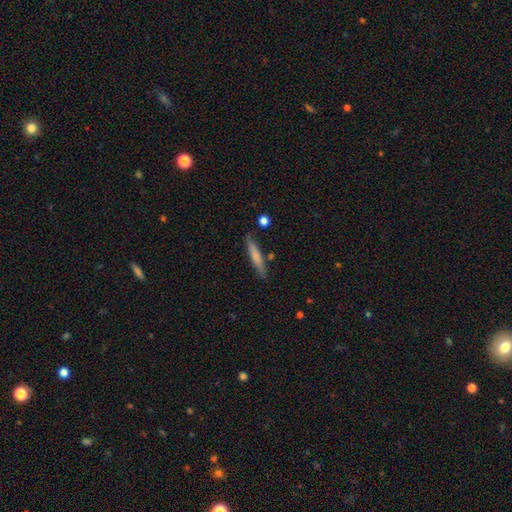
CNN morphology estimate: smooth 70%, featured or disk 24%, star or artifact 6%. Down the decision tree: how rounded — cigar-shaped (92%); merging — none (83%).